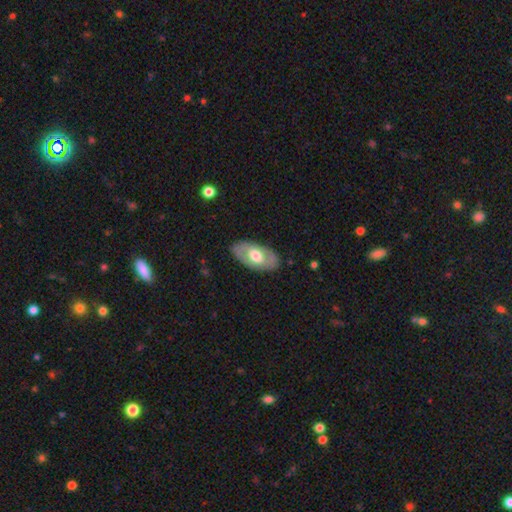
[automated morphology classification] A featured or disk galaxy (48%).

Vote fractions:
- Smooth or featured? featured or disk: 48% / smooth: 47% / star or artifact: 5%
- Merging? none: 84% / minor disturbance: 12% / major disturbance: 3% / merger: 1%